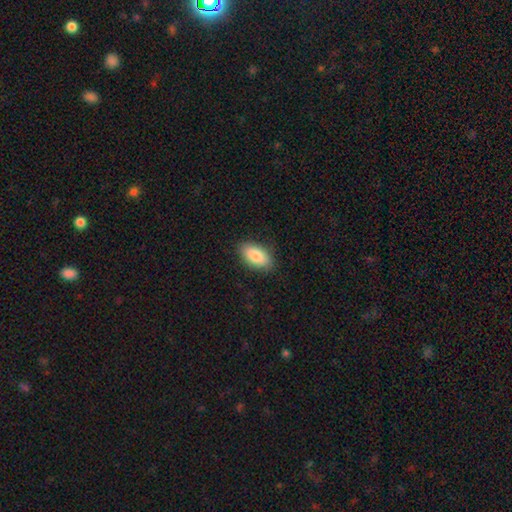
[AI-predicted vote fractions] Smooth or featured? smooth (86%)
How rounded? in between (92%)
Merging? none (87%)